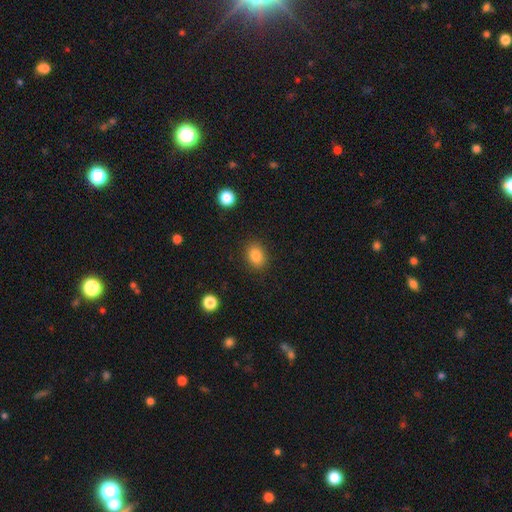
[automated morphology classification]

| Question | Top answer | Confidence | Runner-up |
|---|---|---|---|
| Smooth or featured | smooth | 84% | star or artifact (10%) |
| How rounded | in between | 60% | round (39%) |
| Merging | none | 88% | minor disturbance (8%) |